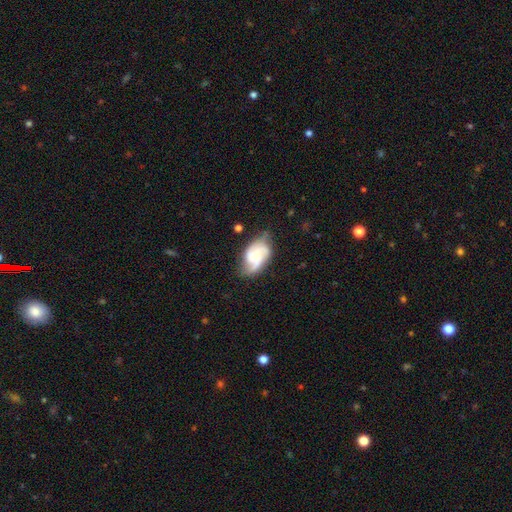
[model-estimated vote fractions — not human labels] Smooth or featured? Predicted: featured or disk (p=0.75). Edge-on disk? Predicted: no (p=0.97). Bar? Predicted: no (p=0.63). Spiral arms? Predicted: yes (p=0.95). Spiral winding? Predicted: medium (p=0.48). Spiral arm count? Predicted: 3 (p=0.41). Bulge size? Predicted: small (p=0.47). Merging? Predicted: none (p=0.62).